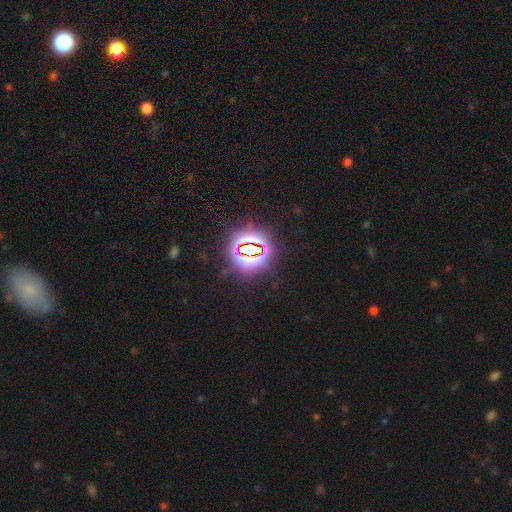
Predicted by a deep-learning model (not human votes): This is clearly a star or artifact rather than a galaxy (81%).